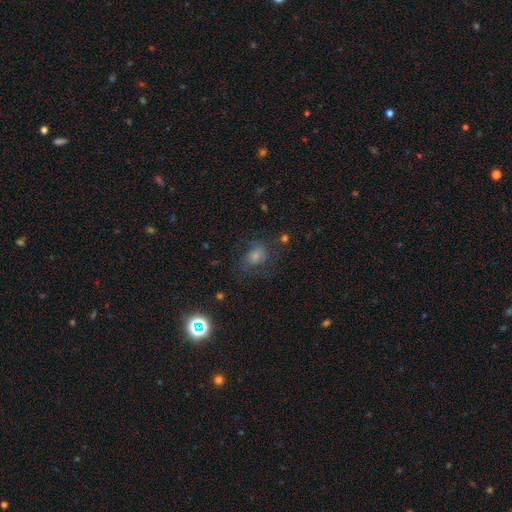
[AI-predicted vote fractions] Overall: featured or disk (36%; smooth 34%). Merging: none (66%).